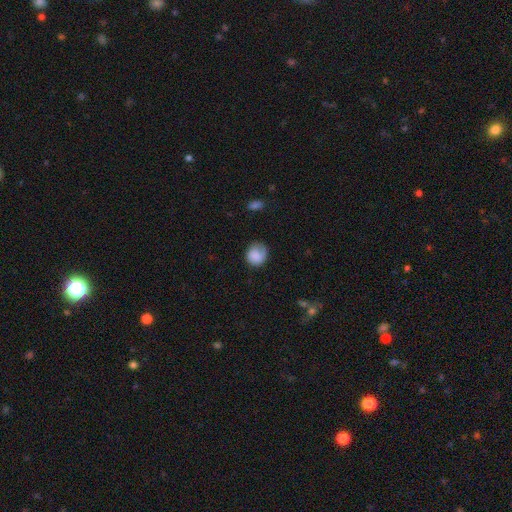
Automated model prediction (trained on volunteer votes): A smooth galaxy with no disk features (84%) that is round (79%).

Vote fractions:
- Smooth or featured? smooth: 84% / featured or disk: 8% / star or artifact: 8%
- How rounded? round: 79% / in between: 20% / cigar-shaped: 1%
- Merging? none: 63% / minor disturbance: 25% / major disturbance: 10% / merger: 2%